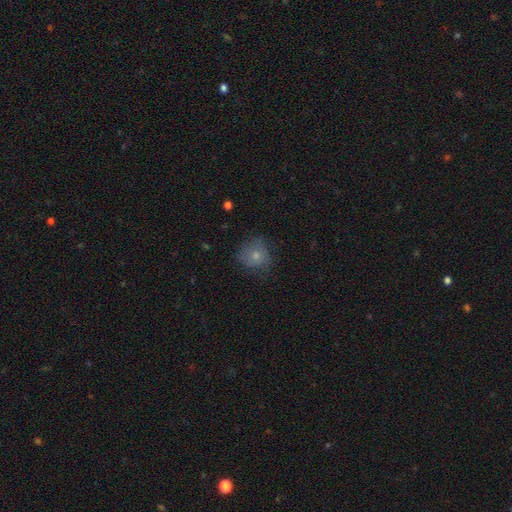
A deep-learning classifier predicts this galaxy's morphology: The model was most divided on "merging": none: 62%, minor disturbance: 26%, major disturbance: 11%, merger: 1%. More confident: how rounded — round (83%); smooth or featured — smooth (73%).